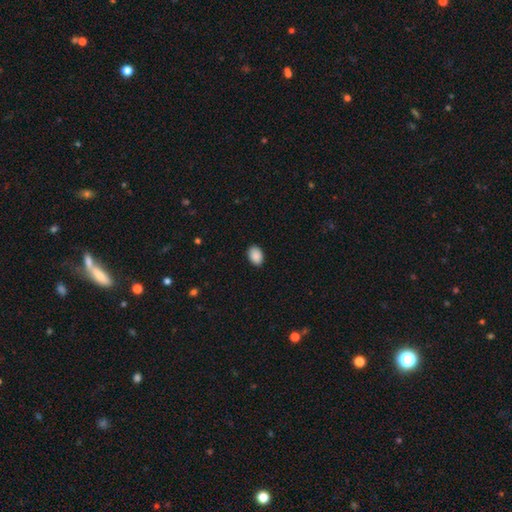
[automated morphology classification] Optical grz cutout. It shows a smooth galaxy with no disk features (90%) that is in between round and cigar-shaped (84%). Merging: none (89%).